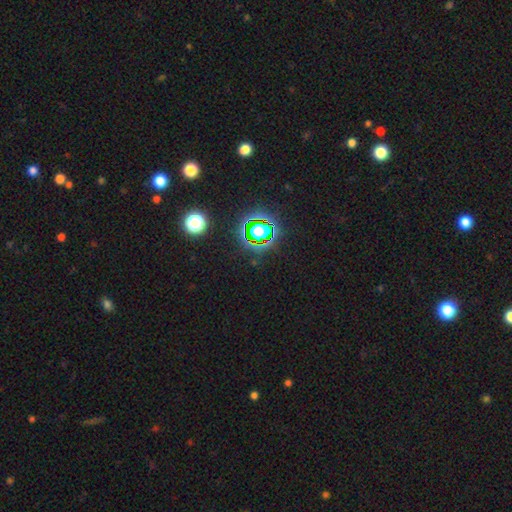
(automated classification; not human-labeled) A star or artifact, not a galaxy (81%).

Vote fractions:
- Smooth or featured? star or artifact: 81% / smooth: 12% / featured or disk: 7%